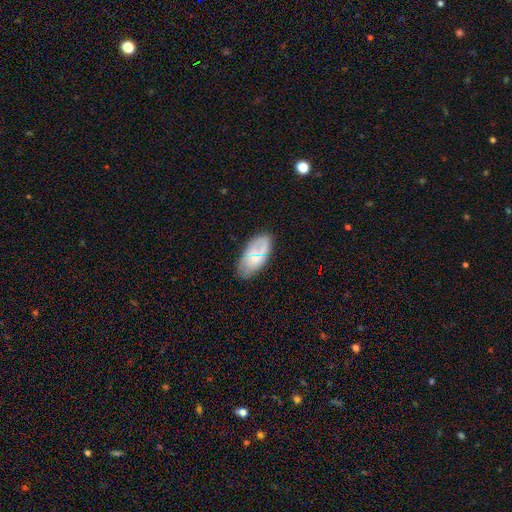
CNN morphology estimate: Smooth or featured? smooth (59%)
How rounded? in between (92%)
Merging? none (76%)